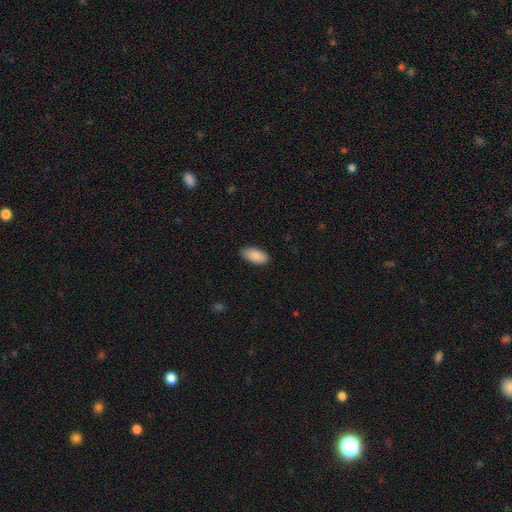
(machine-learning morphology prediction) Overall: smooth (90%). How rounded: in between (94%). Merging: none (86%).